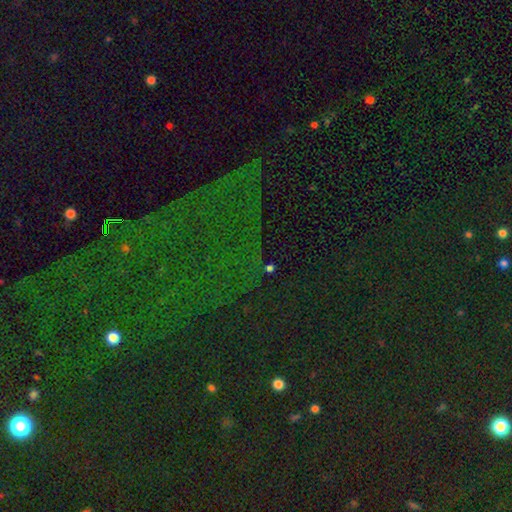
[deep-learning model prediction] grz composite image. It shows a star or artifact, not a galaxy (83%).